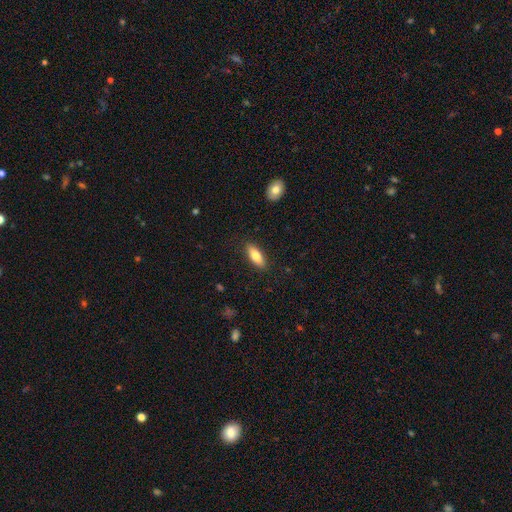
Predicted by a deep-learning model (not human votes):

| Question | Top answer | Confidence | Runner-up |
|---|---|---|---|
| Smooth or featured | smooth | 77% | featured or disk (17%) |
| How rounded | in between | 69% | cigar-shaped (28%) |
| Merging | none | 88% | minor disturbance (9%) |